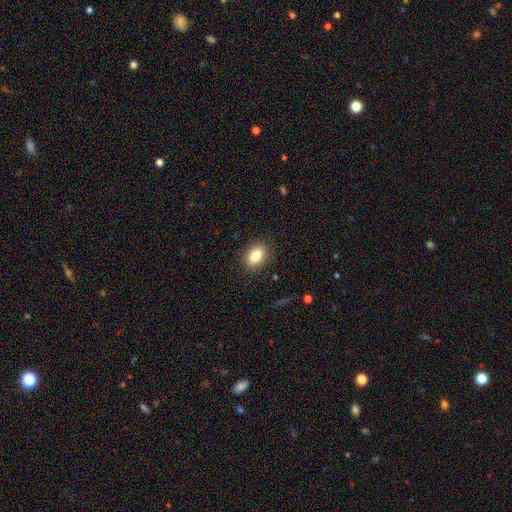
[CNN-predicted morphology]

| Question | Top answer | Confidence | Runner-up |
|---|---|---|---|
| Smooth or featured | smooth | 84% | star or artifact (8%) |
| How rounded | in between | 85% | round (12%) |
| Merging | none | 87% | minor disturbance (10%) |